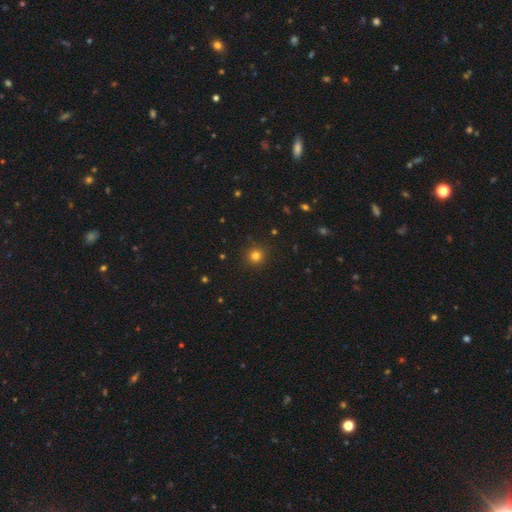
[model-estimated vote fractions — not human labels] A smooth galaxy with no disk features (79%) that is round (94%).

Vote fractions:
- Smooth or featured? smooth: 79% / star or artifact: 16% / featured or disk: 5%
- How rounded? round: 94% / in between: 5% / cigar-shaped: 1%
- Merging? none: 92% / minor disturbance: 5% / major disturbance: 2% / merger: 1%